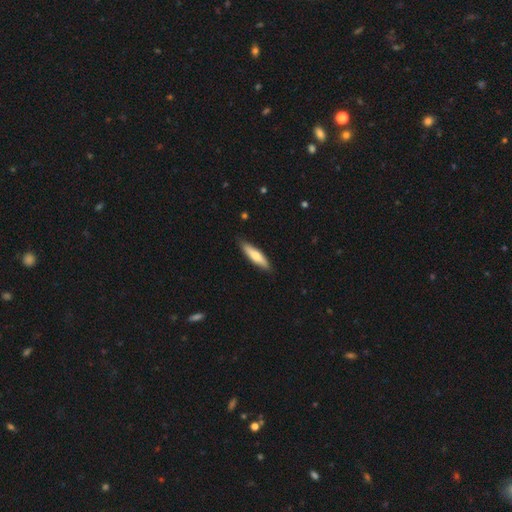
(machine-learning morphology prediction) A smooth galaxy with no disk features (66%) that is cigar-shaped (71%).

Vote fractions:
- Smooth or featured? smooth: 66% / featured or disk: 29% / star or artifact: 5%
- How rounded? cigar-shaped: 71% / in between: 27% / round: 2%
- Merging? none: 87% / minor disturbance: 11% / major disturbance: 2% / merger: 1%